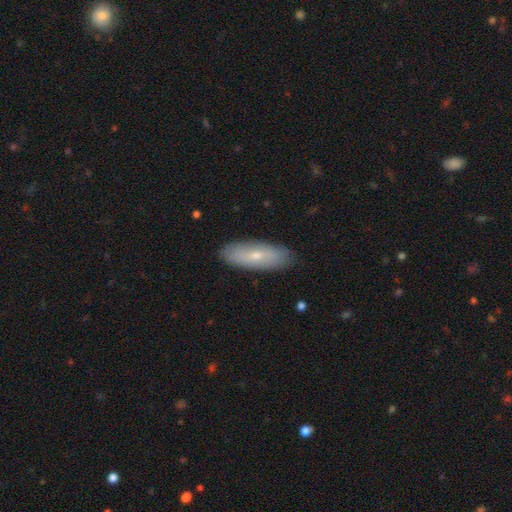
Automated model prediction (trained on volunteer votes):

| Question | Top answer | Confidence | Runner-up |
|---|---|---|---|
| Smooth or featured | smooth | 60% | featured or disk (34%) |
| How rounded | in between | 60% | cigar-shaped (38%) |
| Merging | none | 87% | minor disturbance (10%) |